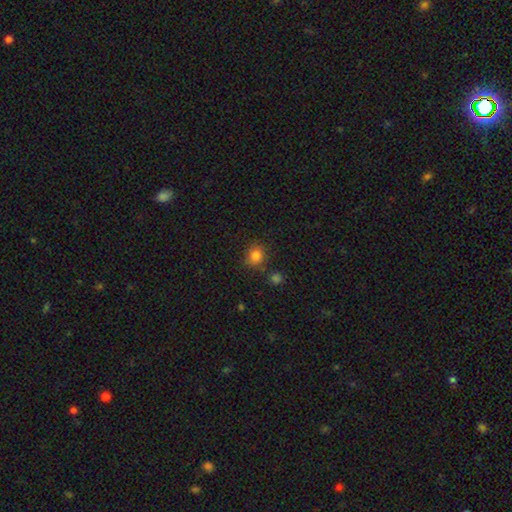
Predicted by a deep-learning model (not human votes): This is clearly a smooth galaxy (83%). How rounded: likely round (79%). Merging: likely none (78%).